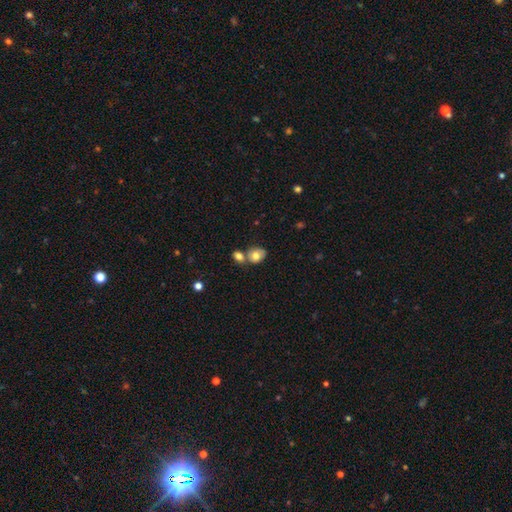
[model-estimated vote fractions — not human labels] A smooth galaxy with no disk features (75%) that is in between round and cigar-shaped (56%). Merging: none (43%).